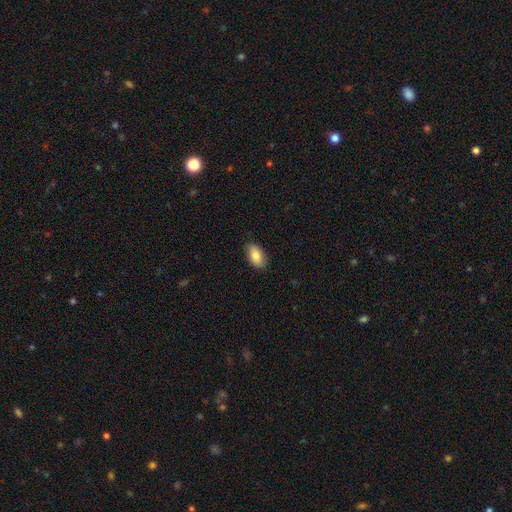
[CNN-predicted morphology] type=smooth (81%); roundness=in between (93%); merging=none (85%).